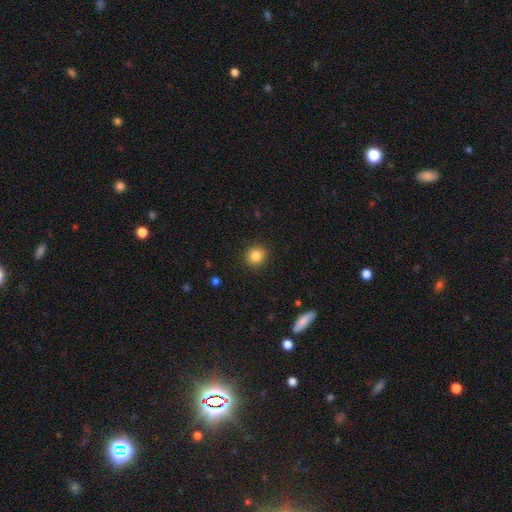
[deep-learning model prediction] Smooth or featured? Predicted: smooth (p=0.84). How rounded? Predicted: round (p=0.87). Merging? Predicted: none (p=0.91).